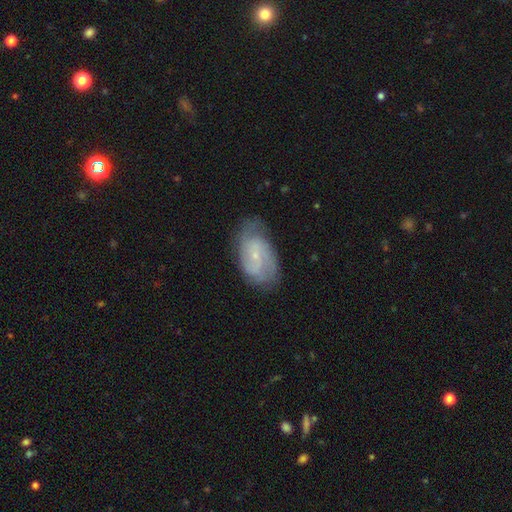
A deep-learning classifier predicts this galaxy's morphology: smooth_or_featured: featured or disk (p=0.73) [alt: smooth p=0.20]
disk_edge_on: no (p=0.96) [alt: yes p=0.04]
bar: no (p=0.51) [alt: weak p=0.40]
has_spiral_arms: yes (p=0.91) [alt: no p=0.09]
spiral_winding: medium (p=0.45) [alt: tight p=0.39]
spiral_arm_count: 2 (p=0.51) [alt: can't tell p=0.27]
bulge_size: small (p=0.79) [alt: moderate p=0.16]
merging: none (p=0.71) [alt: minor disturbance p=0.21]